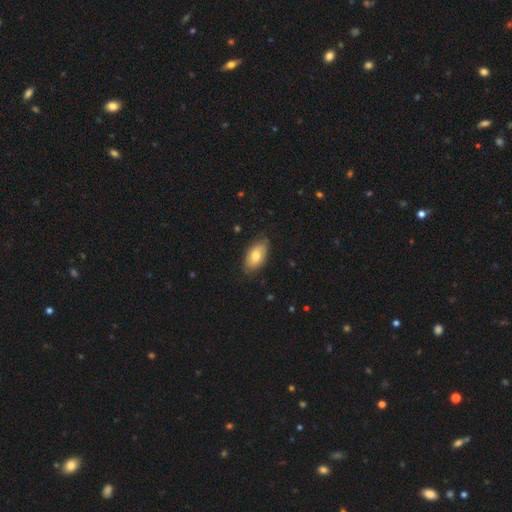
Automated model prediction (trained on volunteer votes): Smooth or featured: smooth — 74% (featured or disk — 19%)
How rounded: in between — 93% (round — 4%)
Merging: none — 82% (minor disturbance — 15%)